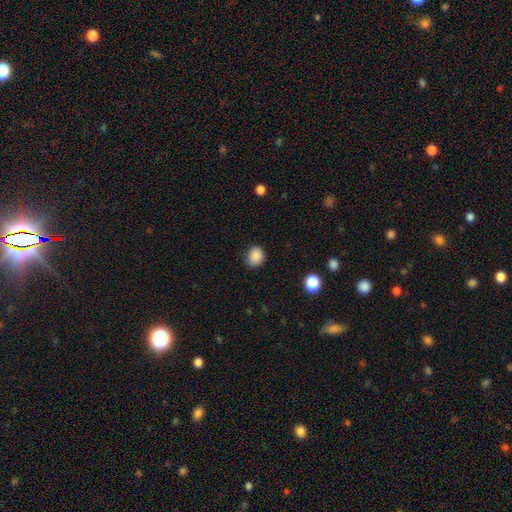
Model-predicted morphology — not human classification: Smooth or featured: smooth — 87% (star or artifact — 9%)
How rounded: round — 64% (in between — 36%)
Merging: none — 77% (minor disturbance — 18%)